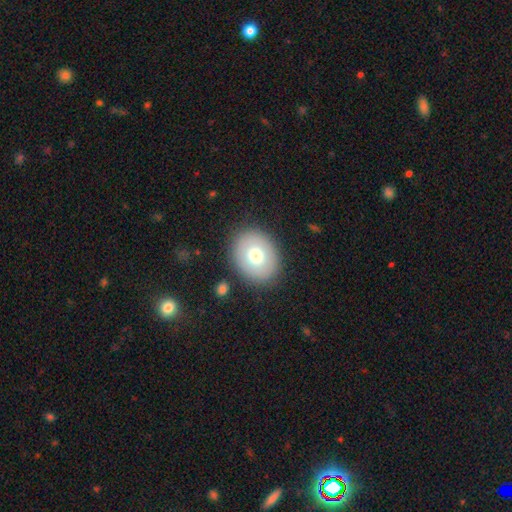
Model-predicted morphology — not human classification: type=smooth (70%); roundness=round (51%); merging=none (87%).